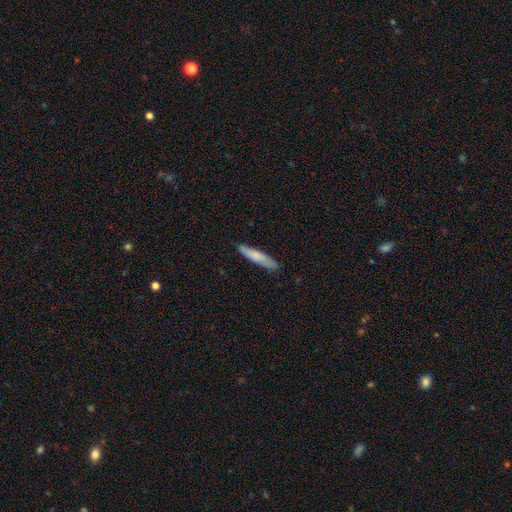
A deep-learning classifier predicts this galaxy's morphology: This is likely a smooth galaxy (73%). How rounded: clearly cigar-shaped (89%). Merging: clearly none (85%).